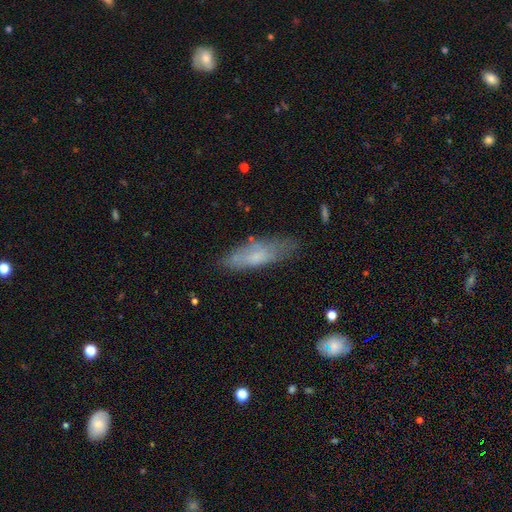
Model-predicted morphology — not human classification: A smooth galaxy with no disk features (63%) that is cigar-shaped (51%). Merging: none (64%).